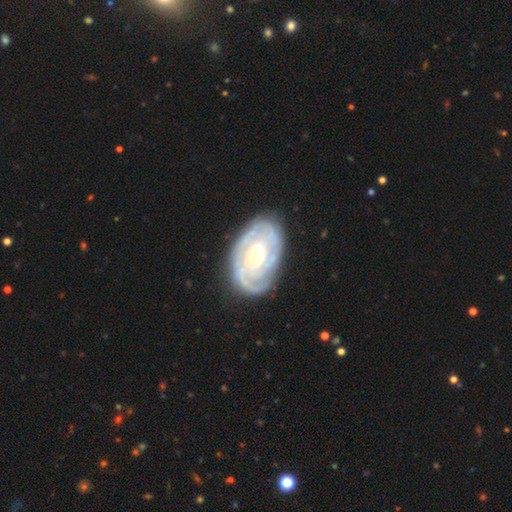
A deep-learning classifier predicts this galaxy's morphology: Smooth or featured: featured or disk — 83% (smooth — 12%)
Edge-on disk: no — 96% (yes — 4%)
Bar: no — 63% (weak — 29%)
Spiral arms: yes — 92% (no — 8%)
Spiral winding: tight — 77% (medium — 18%)
Spiral arm count: can't tell — 40% (2 — 24%)
Bulge size: moderate — 49% (small — 46%)
Merging: none — 78% (minor disturbance — 16%)